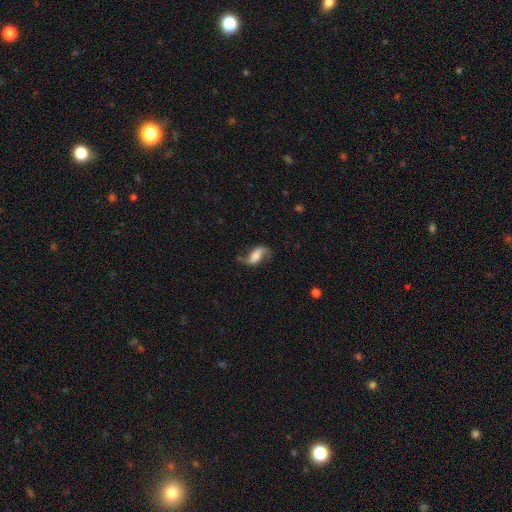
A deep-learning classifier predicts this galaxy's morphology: Smooth or featured?
  - featured or disk: 71% *
  - smooth: 21%
  - star or artifact: 8%
Edge-on disk?
  - no: 94% *
  - yes: 6%
Bar?
  - weak: 37% *
  - no: 36%
  - strong: 27%
Spiral arms?
  - yes: 93% *
  - no: 7%
Spiral winding?
  - loose: 78% *
  - medium: 17%
  - tight: 5%
Spiral arm count?
  - 2: 89% *
  - 1: 5%
  - can't tell: 3%
  - 3: 1%
  - 4: 1%
  - more than 4: 1%
Bulge size?
  - moderate: 28% *
  - small: 26%
  - none: 20%
  - large: 20%
  - dominant: 5%
Merging?
  - none: 65% *
  - minor disturbance: 20%
  - major disturbance: 12%
  - merger: 3%